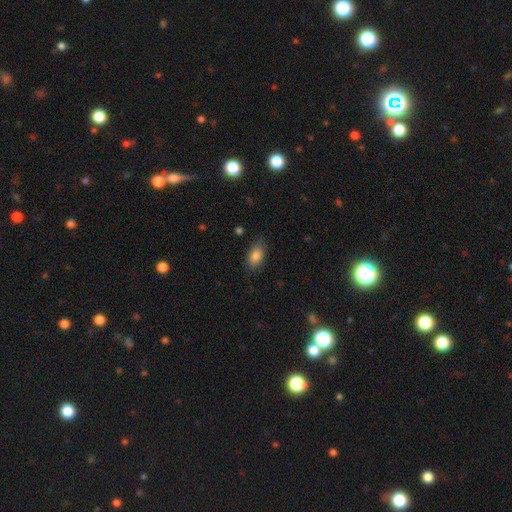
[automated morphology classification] A smooth galaxy with no disk features (85%) that is in between round and cigar-shaped (90%).

Vote fractions:
- Smooth or featured? smooth: 85% / star or artifact: 8% / featured or disk: 7%
- How rounded? in between: 90% / round: 6% / cigar-shaped: 4%
- Merging? none: 82% / minor disturbance: 14% / major disturbance: 3% / merger: 1%